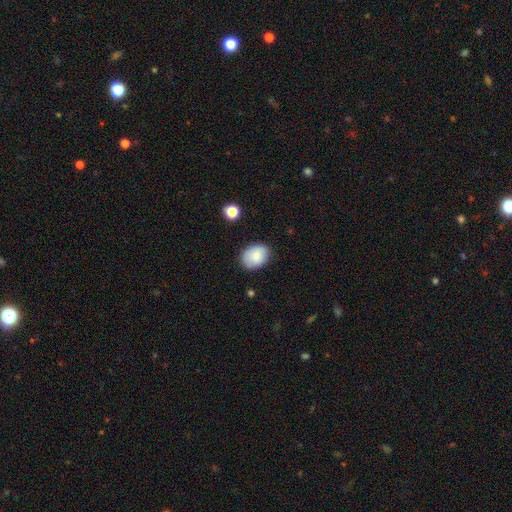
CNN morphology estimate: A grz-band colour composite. It shows a smooth galaxy with no disk features (85%) that is in between round and cigar-shaped (72%). Merging: none (82%).